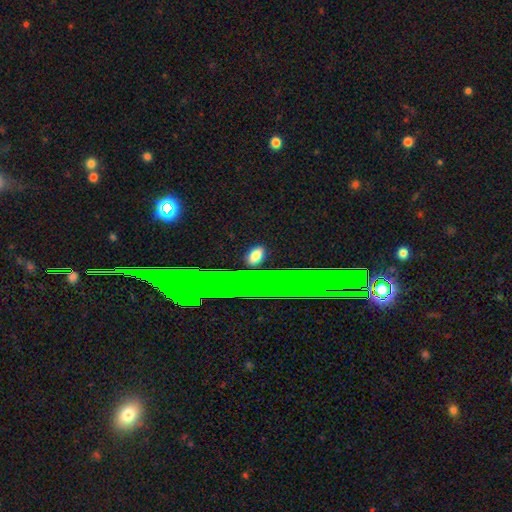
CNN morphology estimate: A smooth galaxy with no disk features (64%) that is in between round and cigar-shaped (72%). Merging: none (86%).